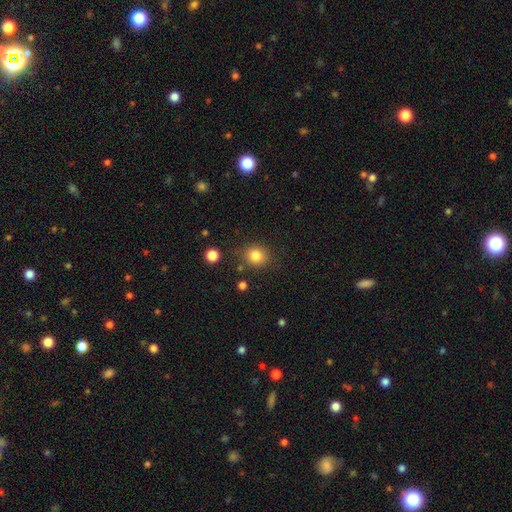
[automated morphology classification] smooth 83%, star or artifact 11%, featured or disk 6%. Down the decision tree: how rounded — round (79%); merging — none (83%).